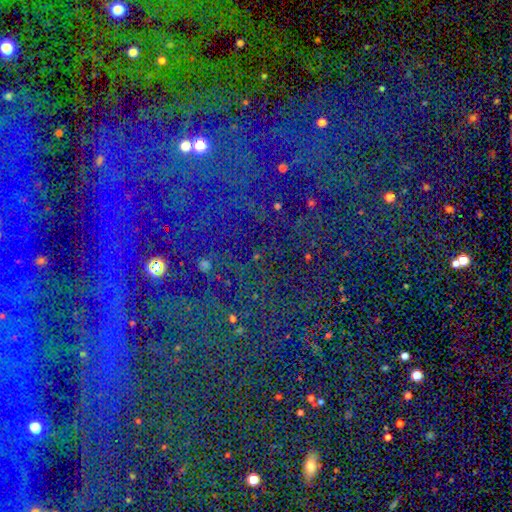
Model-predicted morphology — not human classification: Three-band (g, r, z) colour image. It shows a star or artifact, not a galaxy (84%).